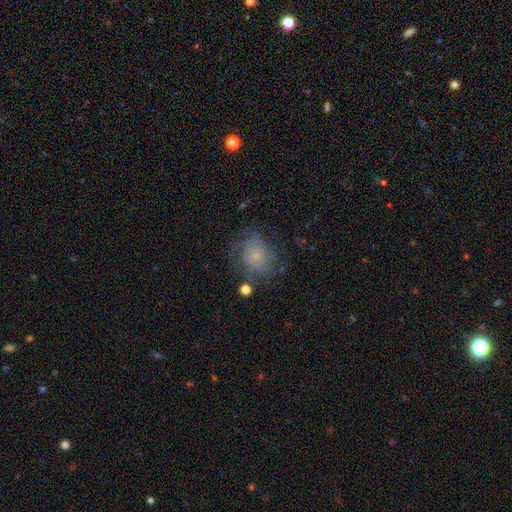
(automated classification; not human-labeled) Smooth or featured: featured or disk — 44% (smooth — 43%)
Merging: none — 54% (minor disturbance — 23%)